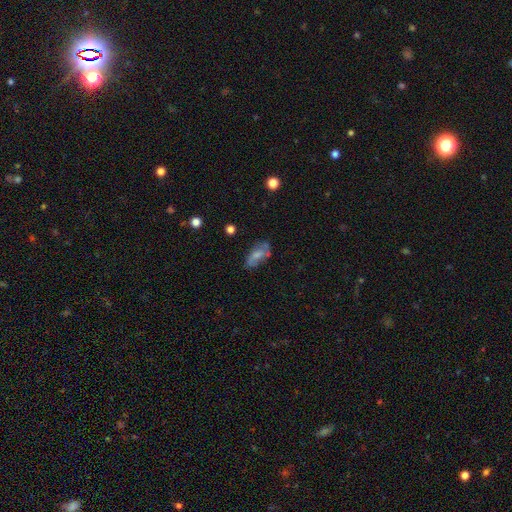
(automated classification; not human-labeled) Smooth or featured? Predicted: smooth (p=0.49). Merging? Predicted: none (p=0.64).